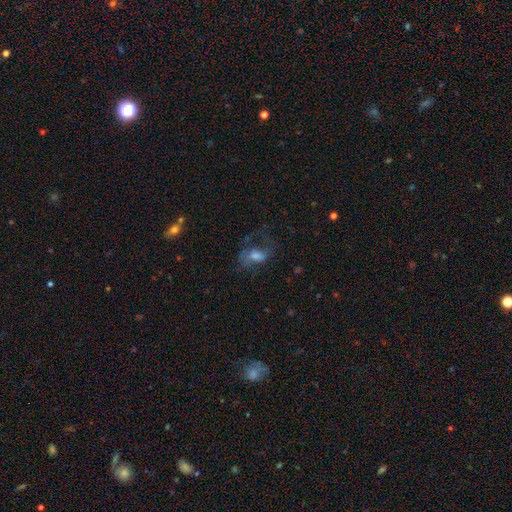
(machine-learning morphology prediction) A featured or disk galaxy (43%). Merging: none (41%).